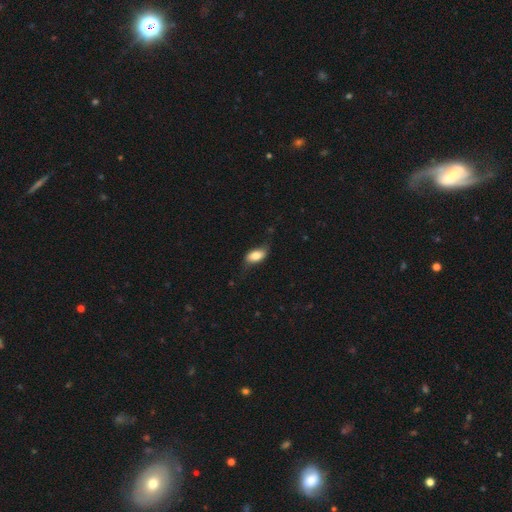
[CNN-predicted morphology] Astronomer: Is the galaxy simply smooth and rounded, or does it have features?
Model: smooth — 73%.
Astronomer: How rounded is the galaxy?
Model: in between — 88%.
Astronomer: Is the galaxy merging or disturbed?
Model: none — 62%.